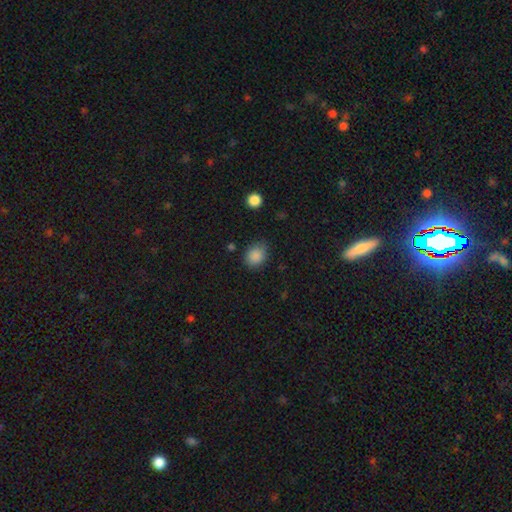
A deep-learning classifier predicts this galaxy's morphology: Overall: smooth (86%). How rounded: round (54%; in between 45%). Merging: none (74%).